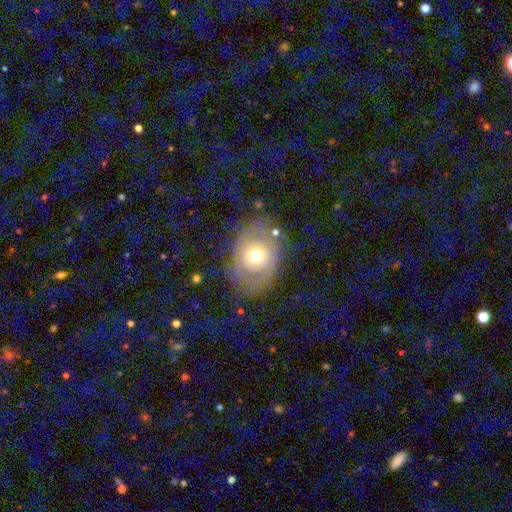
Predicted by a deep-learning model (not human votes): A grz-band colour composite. It shows a featured or disk galaxy (50%). Merging: none (59%).